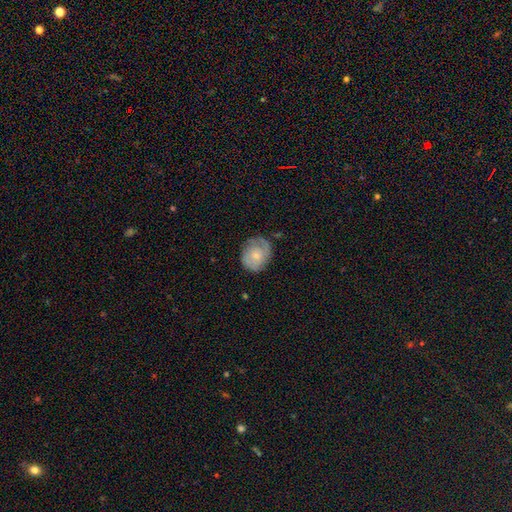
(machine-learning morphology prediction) The model was most divided on "smooth or featured": smooth: 49%, featured or disk: 44%, star or artifact: 7%. More confident: merging — none (64%).